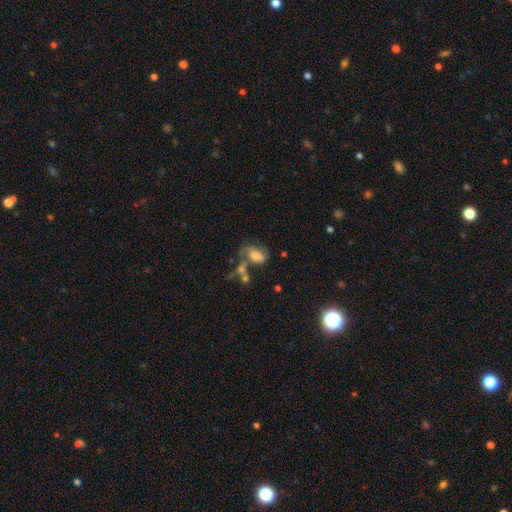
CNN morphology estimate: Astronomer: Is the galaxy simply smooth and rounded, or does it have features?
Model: smooth — 58%.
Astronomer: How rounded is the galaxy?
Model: in between — 87%.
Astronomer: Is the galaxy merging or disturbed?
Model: none — 33% (runner-up: merger, 26%).